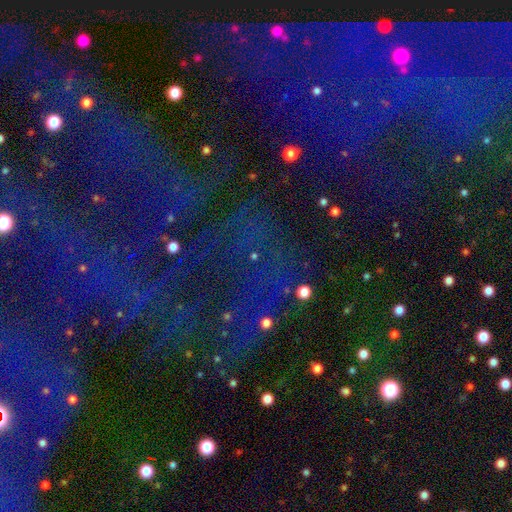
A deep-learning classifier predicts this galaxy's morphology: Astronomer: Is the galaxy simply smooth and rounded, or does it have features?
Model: star or artifact — 79%.